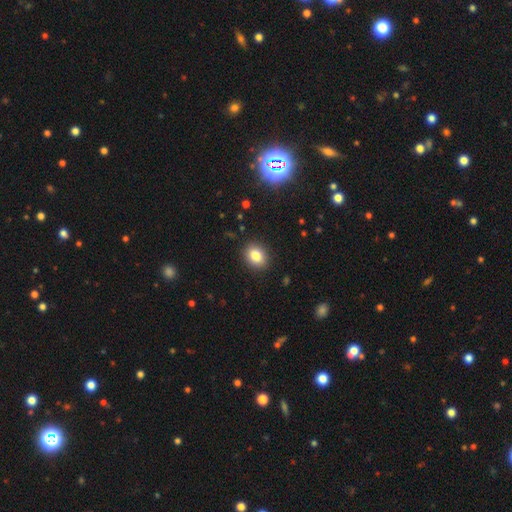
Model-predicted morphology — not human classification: type=smooth (83%); roundness=in between (50%); merging=none (89%).